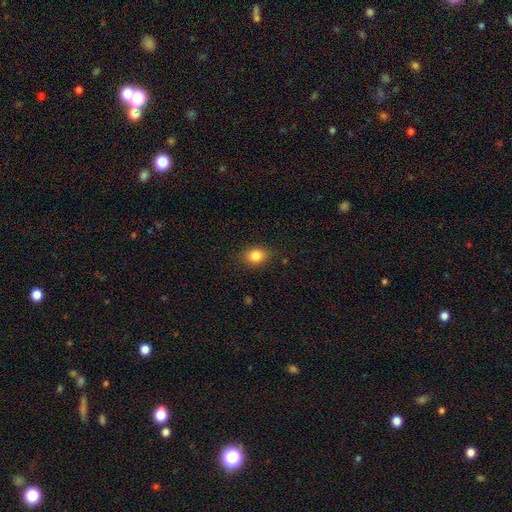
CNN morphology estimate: Overall: smooth (83%). How rounded: in between (54%; round 44%). Merging: none (84%).